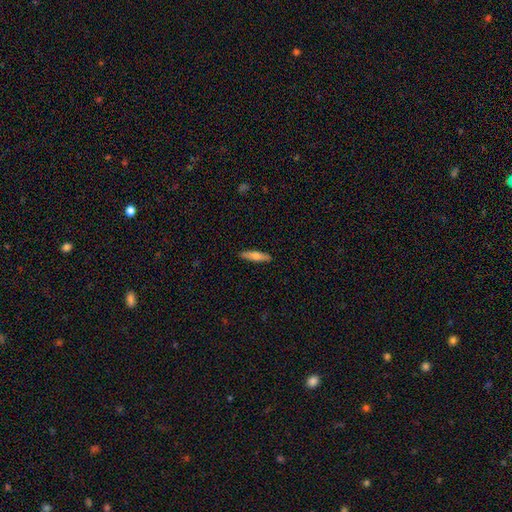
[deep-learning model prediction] This appears to be a smooth galaxy with no disk features (64%) that is cigar-shaped (77%). Merging: none (90%).